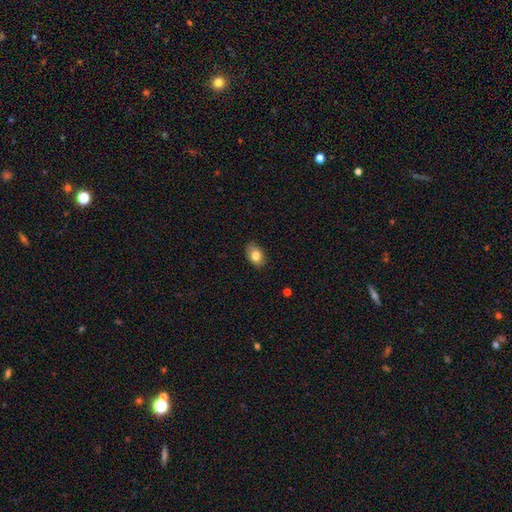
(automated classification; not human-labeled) Smooth or featured: smooth — 80% (featured or disk — 12%)
How rounded: in between — 86% (round — 13%)
Merging: none — 83% (minor disturbance — 14%)